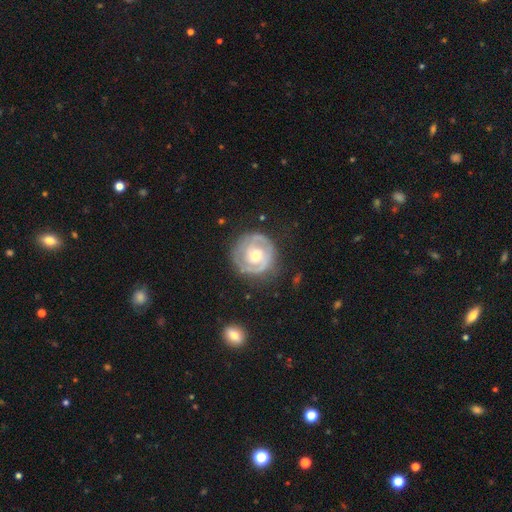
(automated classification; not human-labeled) Smooth or featured? featured or disk (79%)
Edge-on disk? no (97%)
Bar? no (68%)
Spiral arms? yes (86%)
Spiral winding? tight (68%)
Spiral arm count? 2 (55%)
Bulge size? moderate (66%)
Merging? none (77%)